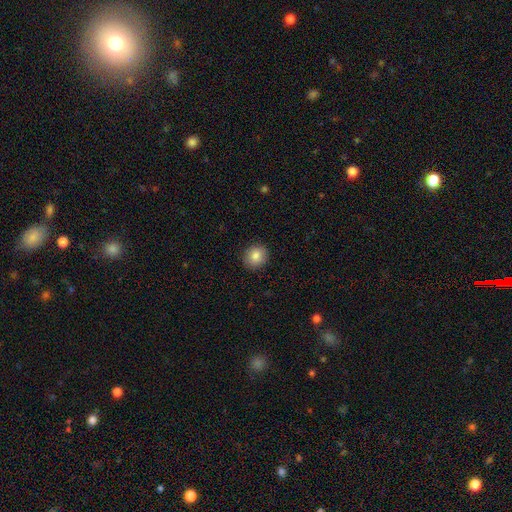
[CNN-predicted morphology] A smooth galaxy with no disk features (83%) that is round (84%).

Vote fractions:
- Smooth or featured? smooth: 83% / star or artifact: 9% / featured or disk: 8%
- How rounded? round: 84% / in between: 15% / cigar-shaped: 1%
- Merging? none: 91% / minor disturbance: 7% / major disturbance: 2% / merger: 1%